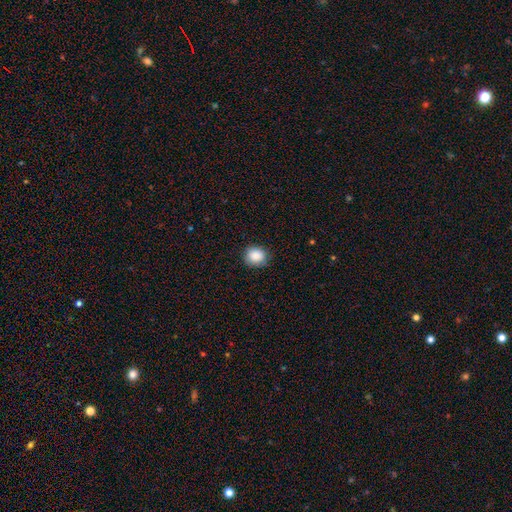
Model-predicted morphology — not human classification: This appears to be a smooth galaxy with no disk features (88%) that is round (75%). Merging: none (84%).